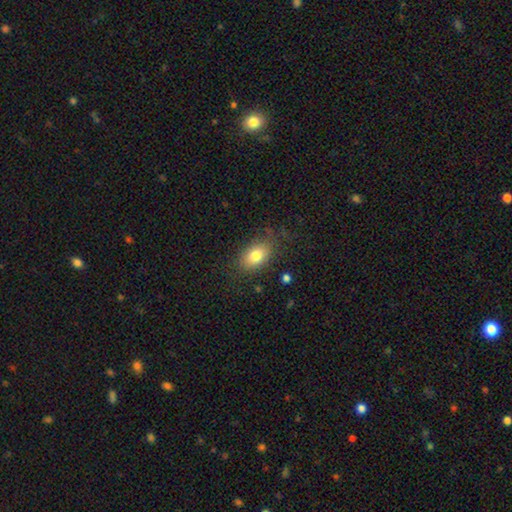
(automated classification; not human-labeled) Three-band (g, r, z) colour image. It shows a smooth galaxy with no disk features (80%) that is in between round and cigar-shaped (86%). Merging: none (78%).